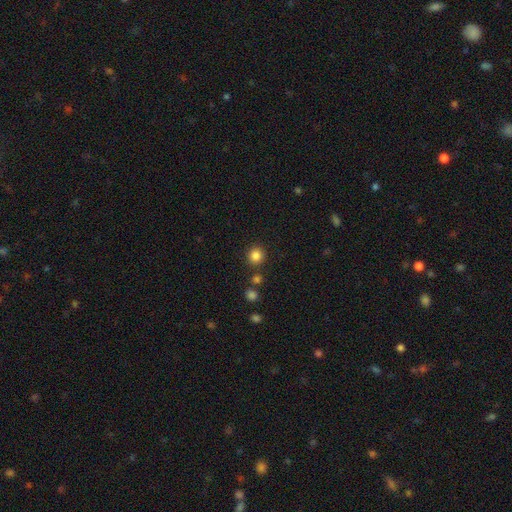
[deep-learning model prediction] This is clearly a smooth galaxy (84%). How rounded: clearly round (92%). Merging: clearly none (87%).